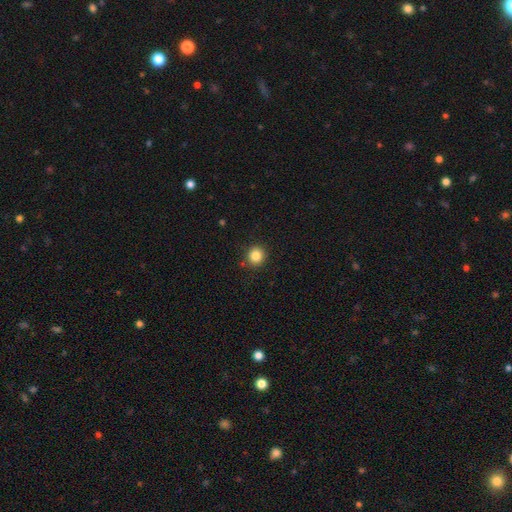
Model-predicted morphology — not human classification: type=smooth (85%); roundness=round (88%); merging=none (89%).